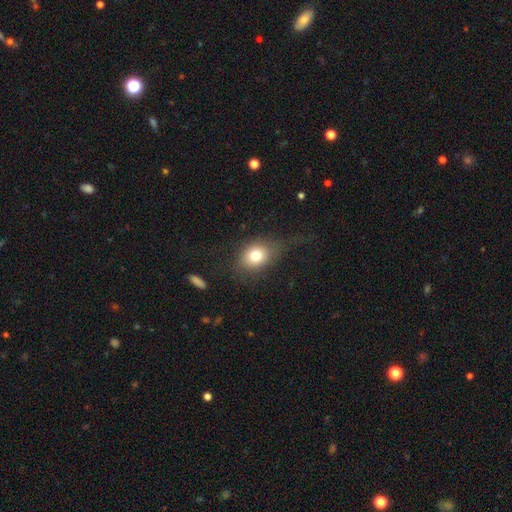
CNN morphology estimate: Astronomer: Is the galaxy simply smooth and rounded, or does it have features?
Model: smooth — 76%.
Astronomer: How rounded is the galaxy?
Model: in between — 50% (runner-up: round, 48%).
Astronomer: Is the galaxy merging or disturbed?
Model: none — 60%.